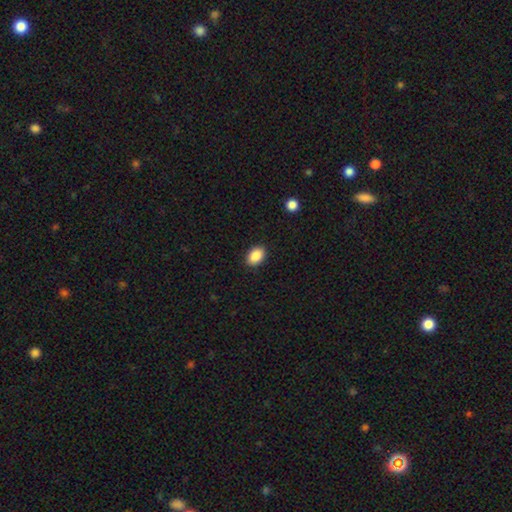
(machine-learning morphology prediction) Smooth or featured?
  - smooth: 88% *
  - star or artifact: 8%
  - featured or disk: 4%
How rounded?
  - in between: 80% *
  - round: 19%
  - cigar-shaped: 1%
Merging?
  - none: 89% *
  - minor disturbance: 8%
  - major disturbance: 2%
  - merger: 1%